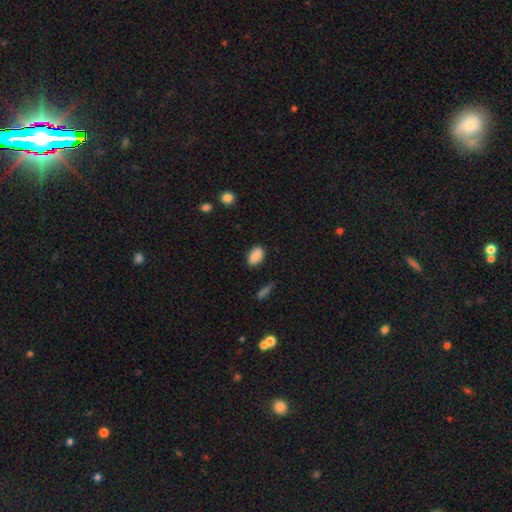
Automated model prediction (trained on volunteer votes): The model was most divided on "merging": none: 81%, minor disturbance: 14%, major disturbance: 3%, merger: 2%. More confident: how rounded — in between (89%); smooth or featured — smooth (87%).